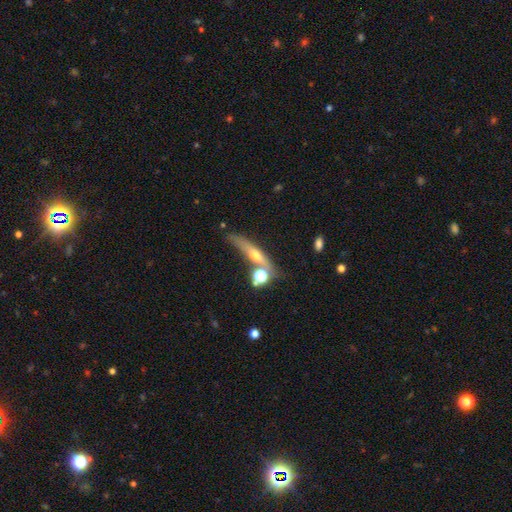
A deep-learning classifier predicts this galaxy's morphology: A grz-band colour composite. It shows a featured or disk galaxy (50%). Merging: none (57%).